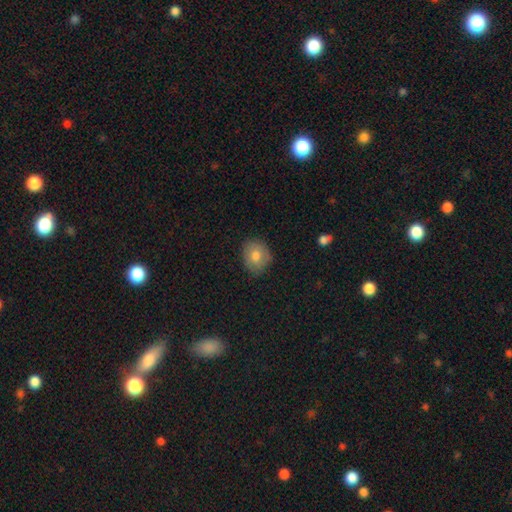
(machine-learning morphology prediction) Smooth or featured?
  - smooth: 77% *
  - featured or disk: 14%
  - star or artifact: 9%
How rounded?
  - round: 68% *
  - in between: 31%
  - cigar-shaped: 1%
Merging?
  - none: 82% *
  - minor disturbance: 14%
  - major disturbance: 3%
  - merger: 1%